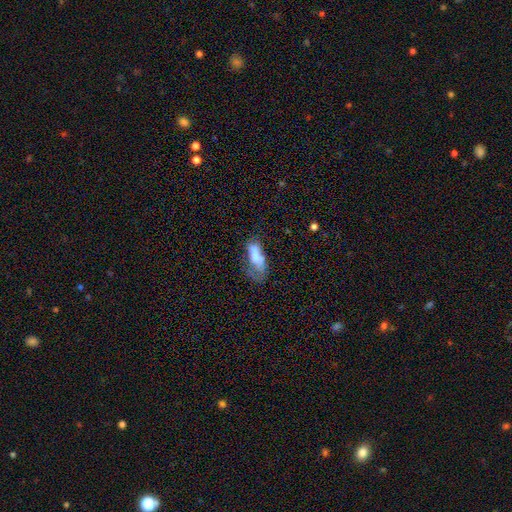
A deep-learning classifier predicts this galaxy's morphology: Smooth or featured? smooth (64%)
How rounded? in between (74%)
Merging? major disturbance (39%)